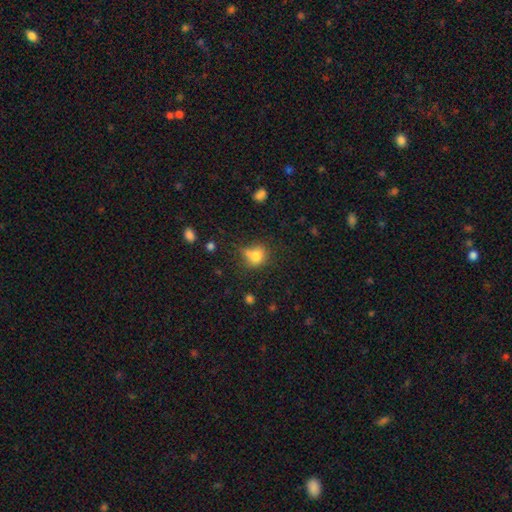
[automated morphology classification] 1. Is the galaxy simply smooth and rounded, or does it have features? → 76% smooth, 13% star or artifact, 11% featured or disk.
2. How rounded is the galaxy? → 64% round, 35% in between, 2% cigar-shaped.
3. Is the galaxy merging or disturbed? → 50% none, 25% minor disturbance, 13% merger, 12% major disturbance.